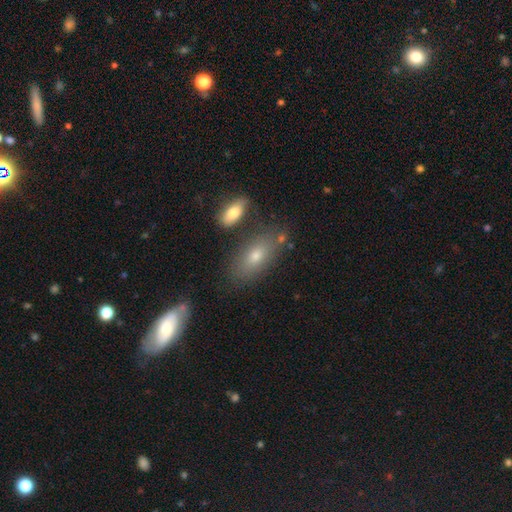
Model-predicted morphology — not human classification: smooth_or_featured: smooth (p=0.65) [alt: featured or disk p=0.22]
how_rounded: in between (p=0.85) [alt: cigar-shaped p=0.09]
merging: none (p=0.70) [alt: minor disturbance p=0.16]